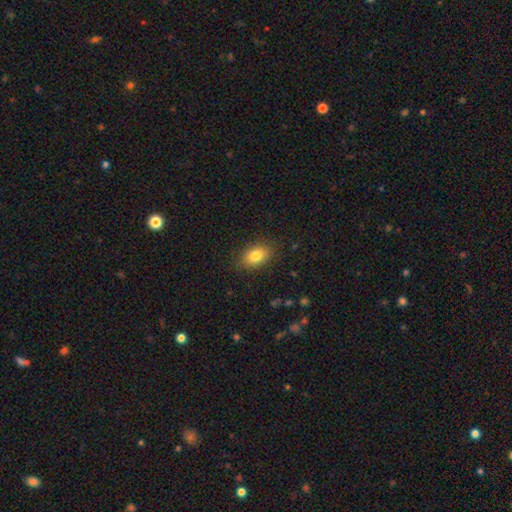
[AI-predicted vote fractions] Q: Smooth or featured?
A: smooth (82%); runner-up: featured or disk (9%)
Q: How rounded?
A: in between (84%); runner-up: round (14%)
Q: Merging?
A: none (86%); runner-up: minor disturbance (10%)